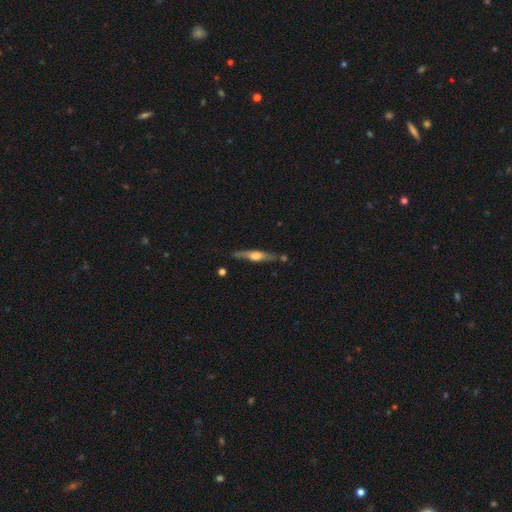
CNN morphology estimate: The model was most divided on "smooth or featured": featured or disk: 67%, smooth: 28%, star or artifact: 5%. More confident: edge-on disk — yes (94%); edge-on bulge — rounded (86%); merging — none (78%).